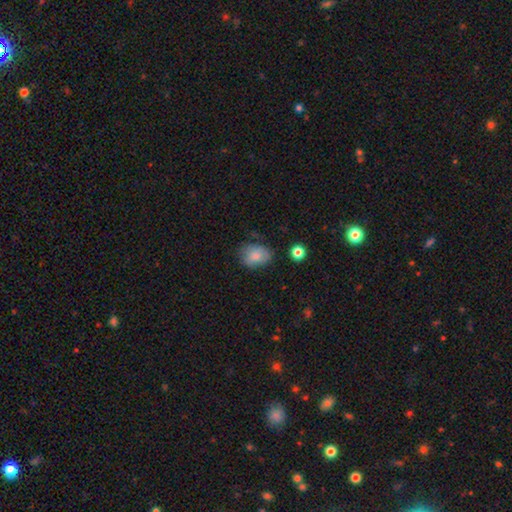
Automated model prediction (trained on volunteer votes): This appears to be a smooth galaxy with no disk features (78%) that is in between round and cigar-shaped (66%). Merging: none (64%).